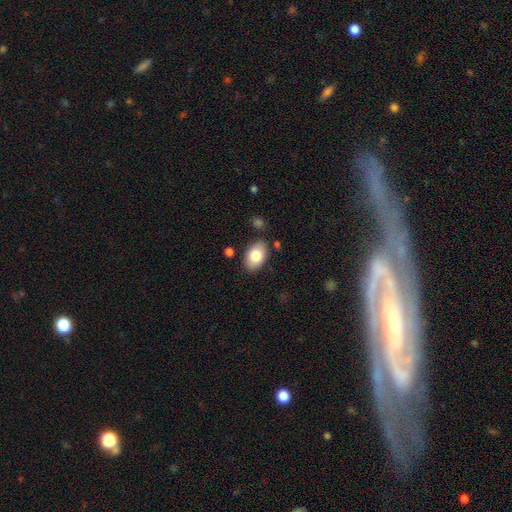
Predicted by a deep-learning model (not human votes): Overall: smooth (80%). How rounded: in between (91%). Merging: none (84%).